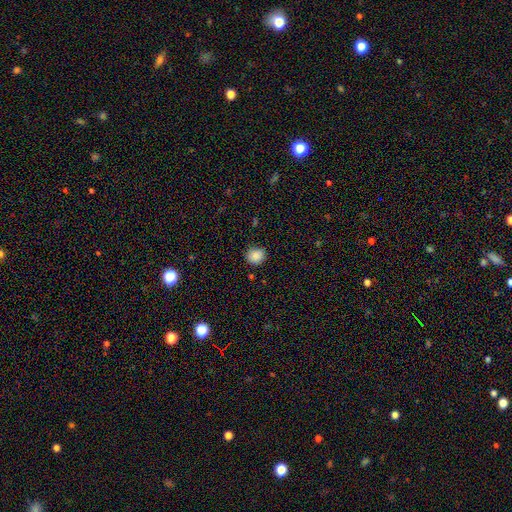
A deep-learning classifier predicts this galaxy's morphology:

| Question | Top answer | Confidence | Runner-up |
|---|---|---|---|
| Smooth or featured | smooth | 87% | star or artifact (10%) |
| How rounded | round | 80% | in between (19%) |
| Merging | none | 85% | minor disturbance (12%) |